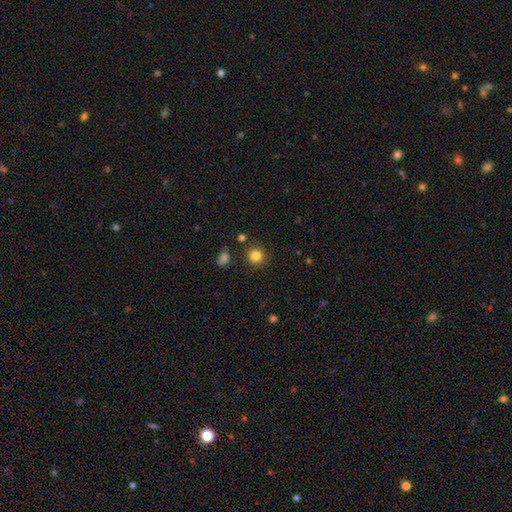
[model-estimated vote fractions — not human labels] smooth-or-featured: smooth: 84% | star or artifact: 12% | featured or disk: 5%
  how-rounded: round: 88% | in between: 11% | cigar-shaped: 1%
  merging: none: 86% | minor disturbance: 8% | merger: 3% | major disturbance: 3%